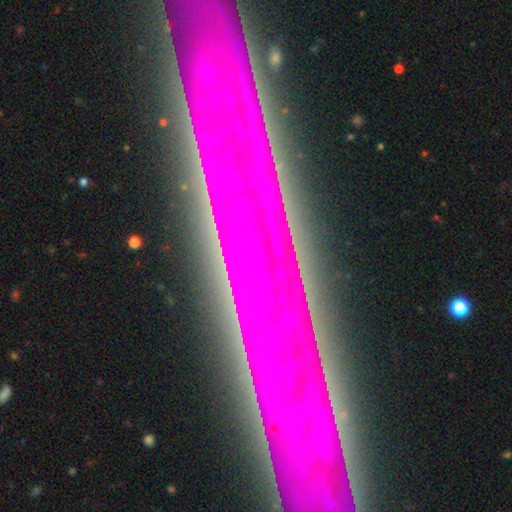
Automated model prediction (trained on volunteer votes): smooth-or-featured: featured or disk: 65% | star or artifact: 24% | smooth: 11%
  disk-edge-on: yes: 60% | no: 40%
  merging: none: 86% | minor disturbance: 9% | major disturbance: 3% | merger: 2%